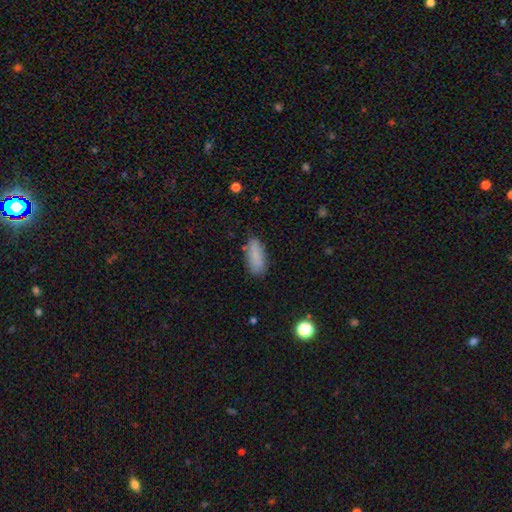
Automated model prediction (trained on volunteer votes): The model was most divided on "how rounded": in between: 73%, cigar-shaped: 25%, round: 2%. More confident: smooth or featured — smooth (84%); merging — none (78%).